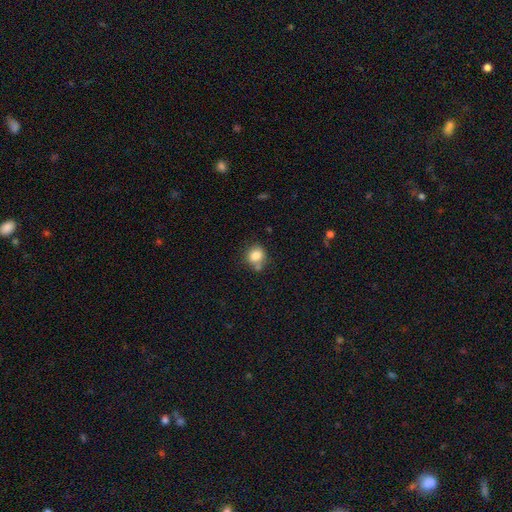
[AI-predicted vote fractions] This appears to be a smooth galaxy with no disk features (82%) that is round (70%). Merging: none (59%).